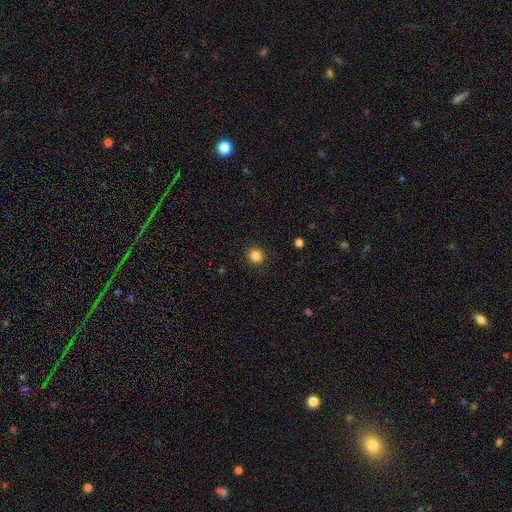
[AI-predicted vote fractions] Smooth or featured?
  - smooth: 85% *
  - star or artifact: 11%
  - featured or disk: 4%
How rounded?
  - round: 92% *
  - in between: 7%
  - cigar-shaped: 1%
Merging?
  - none: 92% *
  - minor disturbance: 5%
  - major disturbance: 2%
  - merger: 1%